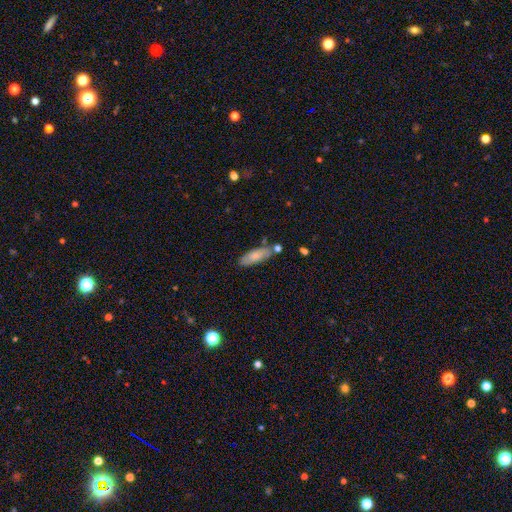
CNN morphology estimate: smooth 77%, featured or disk 17%, star or artifact 6%. Down the decision tree: how rounded — in between (63%); merging — none (72%).